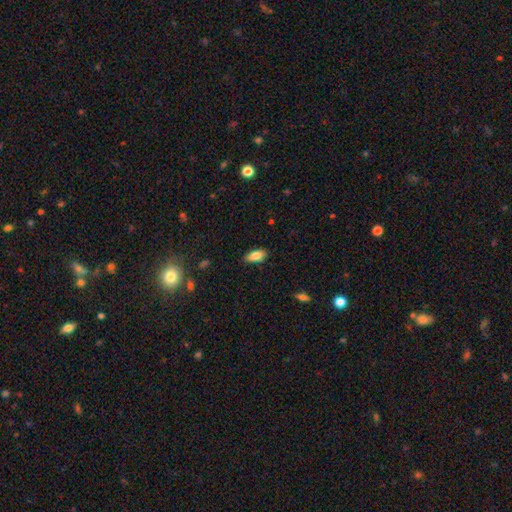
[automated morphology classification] Smooth or featured? smooth (83%)
How rounded? in between (88%)
Merging? none (84%)